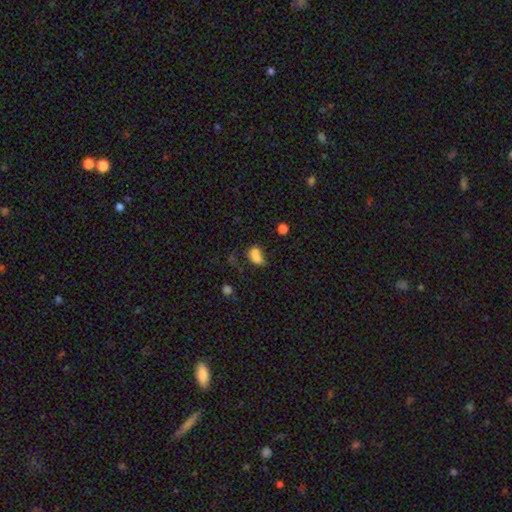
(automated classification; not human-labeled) The model was most divided on "merging": merger: 58%, none: 23%, minor disturbance: 12%, major disturbance: 8%. More confident: smooth or featured — smooth (73%); how rounded — in between (67%).